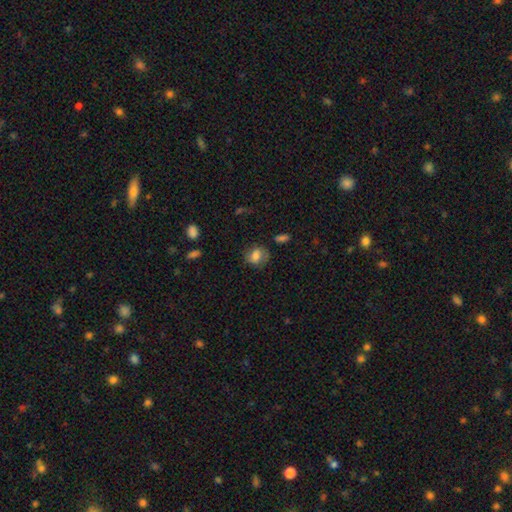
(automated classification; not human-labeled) smooth_or_featured: smooth (p=0.73) [alt: featured or disk p=0.18]
how_rounded: round (p=0.58) [alt: in between p=0.41]
merging: none (p=0.65) [alt: minor disturbance p=0.23]